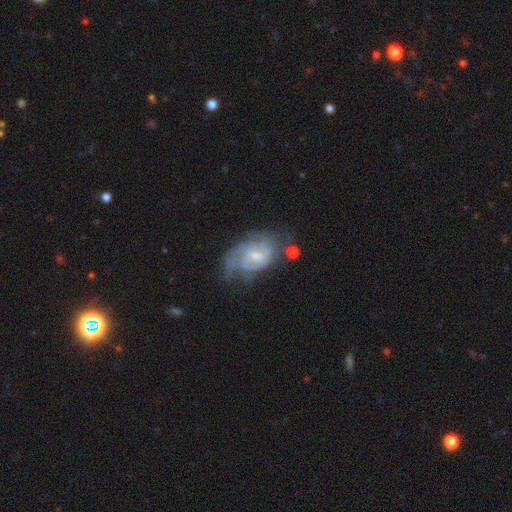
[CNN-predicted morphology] Smooth or featured?
  - featured or disk: 77% *
  - smooth: 15%
  - star or artifact: 7%
Edge-on disk?
  - no: 96% *
  - yes: 4%
Bar?
  - weak: 51% *
  - no: 40%
  - strong: 9%
Spiral arms?
  - yes: 87% *
  - no: 13%
Spiral winding?
  - tight: 47% *
  - medium: 39%
  - loose: 14%
Spiral arm count?
  - can't tell: 38% *
  - 2: 36%
  - 3: 13%
  - 1: 6%
  - 4: 4%
  - more than 4: 3%
Bulge size?
  - small: 52% *
  - moderate: 39%
  - none: 6%
  - large: 2%
  - dominant: 1%
Merging?
  - none: 48% *
  - minor disturbance: 27%
  - major disturbance: 19%
  - merger: 6%